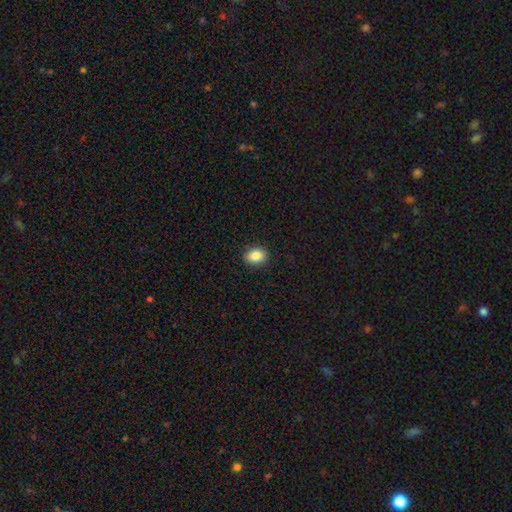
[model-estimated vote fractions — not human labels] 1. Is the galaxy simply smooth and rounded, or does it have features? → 86% smooth, 9% star or artifact, 6% featured or disk.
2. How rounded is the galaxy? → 64% in between, 35% round, 1% cigar-shaped.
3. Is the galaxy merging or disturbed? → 89% none, 8% minor disturbance, 2% major disturbance, 1% merger.